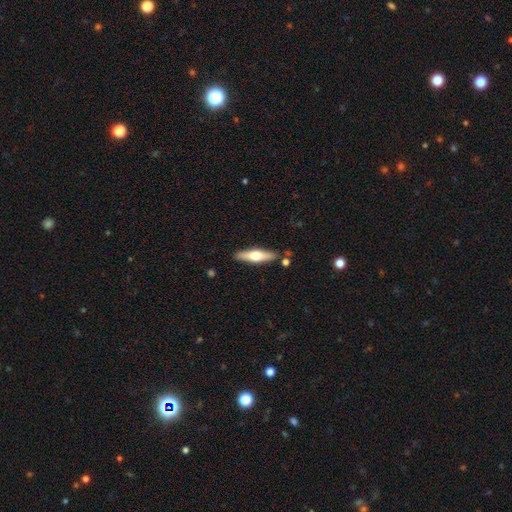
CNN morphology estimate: A featured or disk galaxy (52%) viewed edge-on (92%). Merging: none (86%).